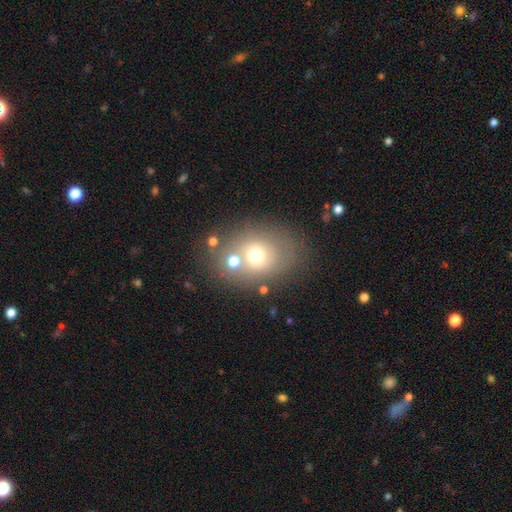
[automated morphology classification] Q: Smooth or featured?
A: smooth (61%); runner-up: featured or disk (23%)
Q: How rounded?
A: in between (58%); runner-up: round (41%)
Q: Merging?
A: none (63%); runner-up: merger (17%)